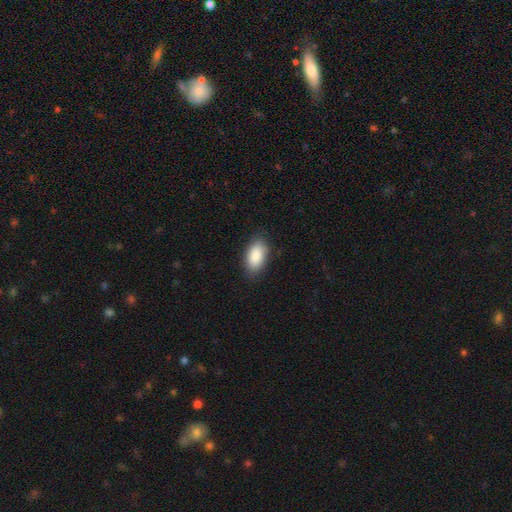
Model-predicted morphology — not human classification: This appears to be a smooth galaxy with no disk features (89%) that is in between round and cigar-shaped (94%). Merging: none (84%).